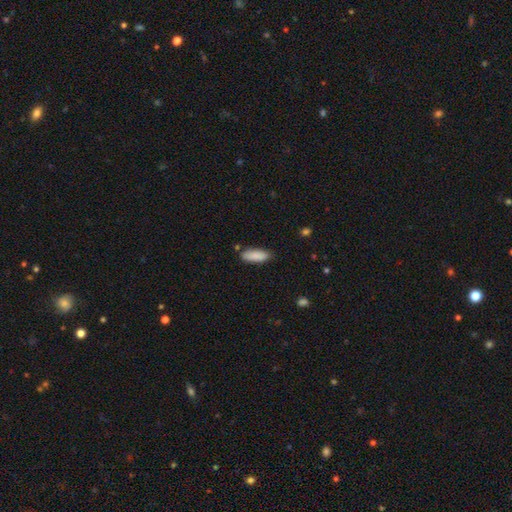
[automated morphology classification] type=smooth (87%); roundness=in between (67%); merging=none (80%).